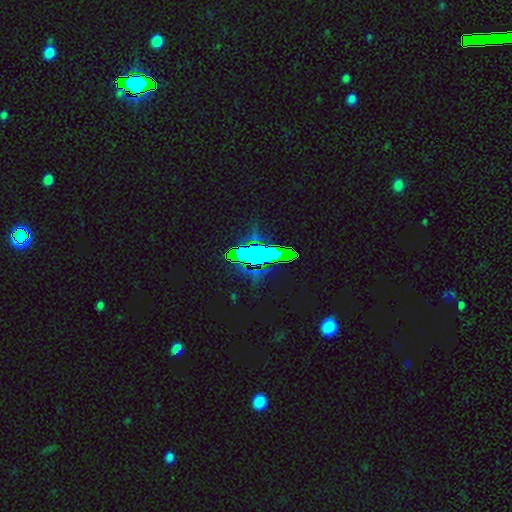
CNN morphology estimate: Q: Smooth or featured?
A: star or artifact (71%); runner-up: featured or disk (16%)